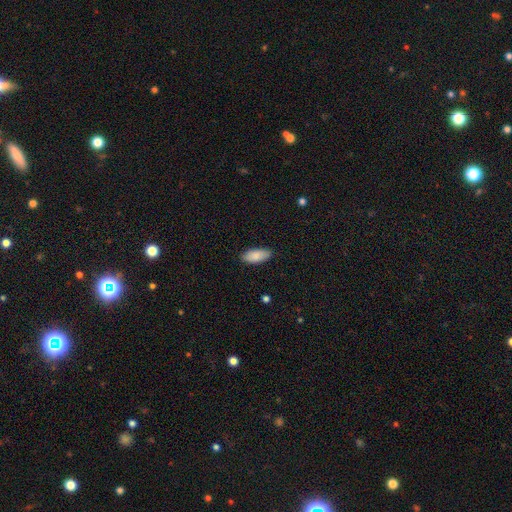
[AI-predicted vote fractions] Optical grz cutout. It shows a smooth galaxy with no disk features (88%) that is in between round and cigar-shaped (86%). Merging: none (86%).